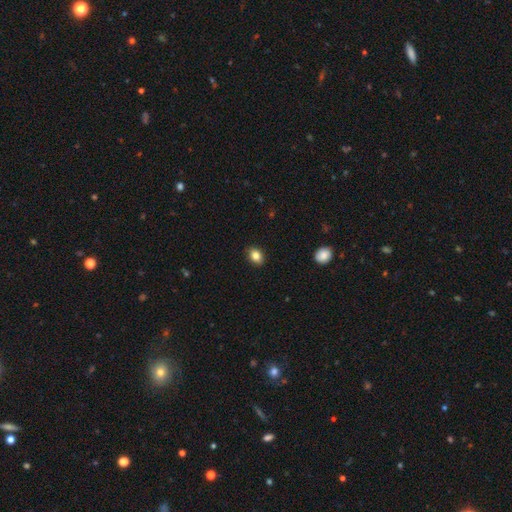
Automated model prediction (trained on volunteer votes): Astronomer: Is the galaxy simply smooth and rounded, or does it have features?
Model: smooth — 84%.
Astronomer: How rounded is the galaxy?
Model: in between — 69%.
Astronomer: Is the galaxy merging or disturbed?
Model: none — 89%.